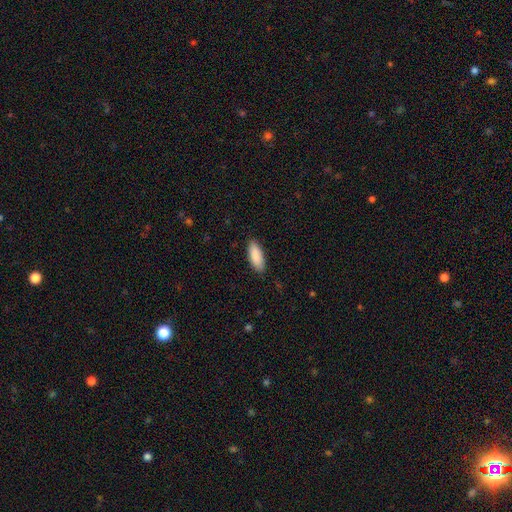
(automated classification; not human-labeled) This is clearly a smooth galaxy (90%). How rounded: likely in between (78%). Merging: clearly none (88%).